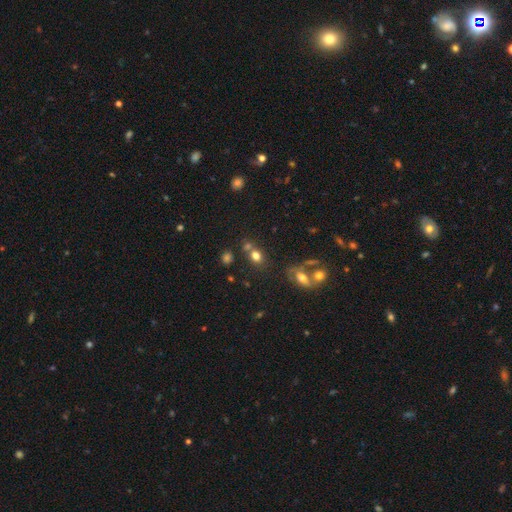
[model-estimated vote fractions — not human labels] This is likely a smooth galaxy (73%). How rounded: possibly round (52%). Merging: possibly none (52%).